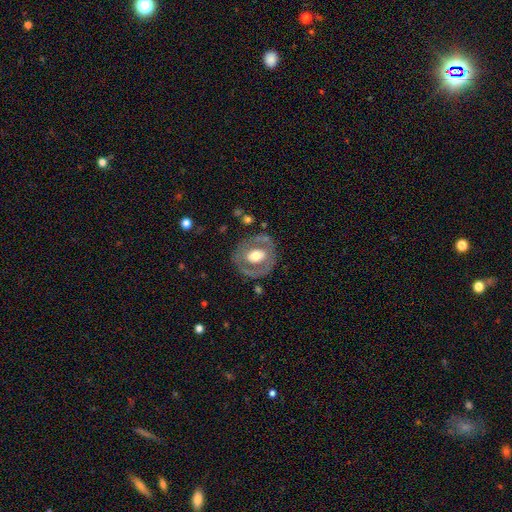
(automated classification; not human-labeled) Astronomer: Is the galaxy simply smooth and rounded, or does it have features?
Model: featured or disk — 57% (runner-up: smooth, 37%).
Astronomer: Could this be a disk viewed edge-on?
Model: no — 95%.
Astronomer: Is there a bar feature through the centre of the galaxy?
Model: no — 69%.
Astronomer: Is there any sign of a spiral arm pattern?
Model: no — 81%.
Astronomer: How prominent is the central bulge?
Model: moderate — 58%.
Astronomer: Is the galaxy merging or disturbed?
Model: none — 75%.